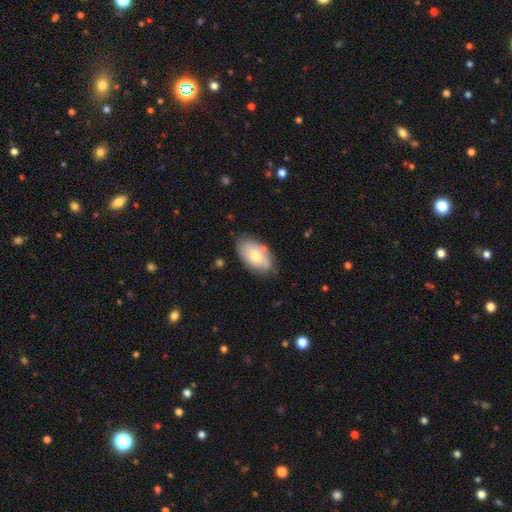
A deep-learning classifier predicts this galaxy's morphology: smooth_or_featured: smooth (p=0.70) [alt: featured or disk p=0.24]
how_rounded: in between (p=0.93) [alt: round p=0.05]
merging: none (p=0.72) [alt: minor disturbance p=0.19]